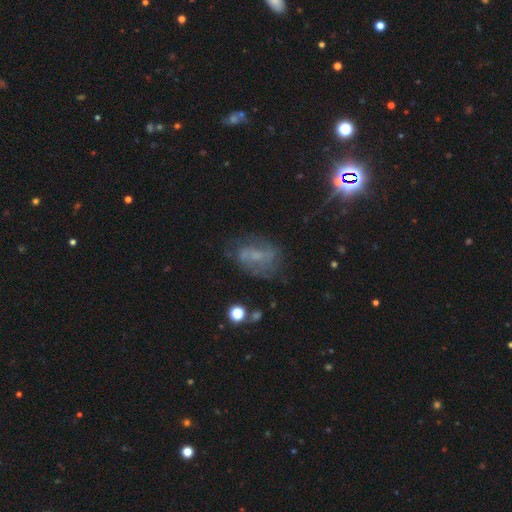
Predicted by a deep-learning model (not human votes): smooth-or-featured: featured or disk: 52% | smooth: 27% | star or artifact: 21%
  disk-edge-on: no: 94% | yes: 6%
  merging: none: 58% | minor disturbance: 21% | major disturbance: 17% | merger: 4%